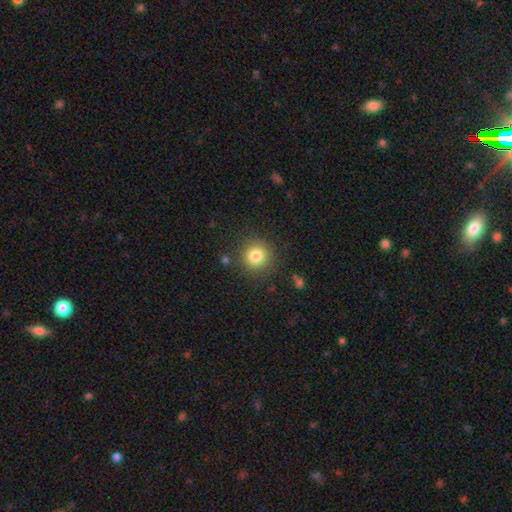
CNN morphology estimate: smooth-or-featured: smooth: 81% | star or artifact: 12% | featured or disk: 7%
  how-rounded: round: 93% | in between: 6% | cigar-shaped: 1%
  merging: none: 87% | minor disturbance: 8% | major disturbance: 3% | merger: 2%